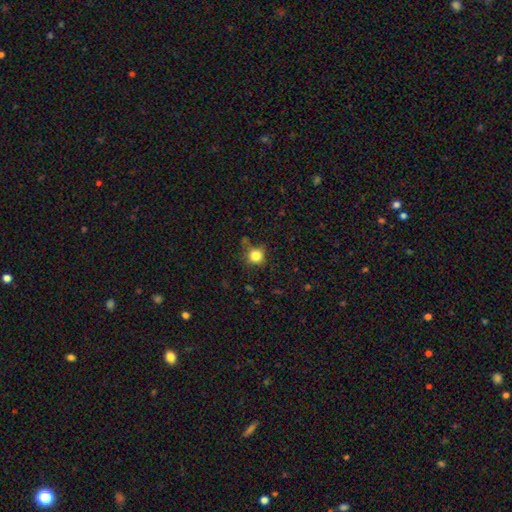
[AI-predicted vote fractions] smooth 83%, star or artifact 12%, featured or disk 5%. Down the decision tree: how rounded — round (92%); merging — none (79%).